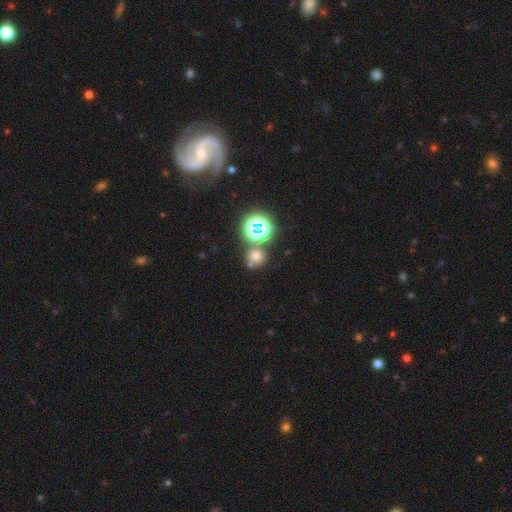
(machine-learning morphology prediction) This appears to be a smooth galaxy with no disk features (59%) that is round (87%). Merging: none (66%).